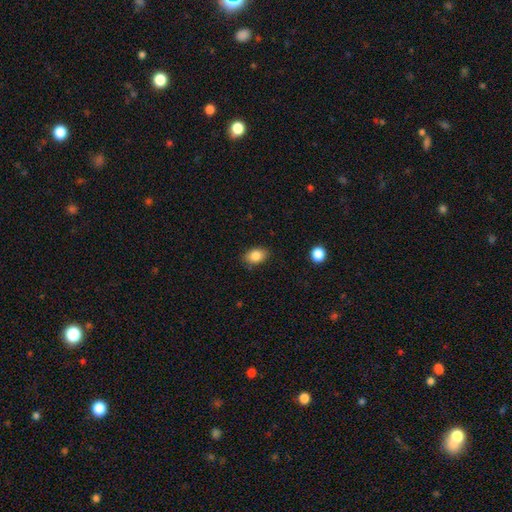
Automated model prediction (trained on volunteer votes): This is clearly a smooth galaxy (84%). How rounded: clearly in between (81%). Merging: clearly none (84%).